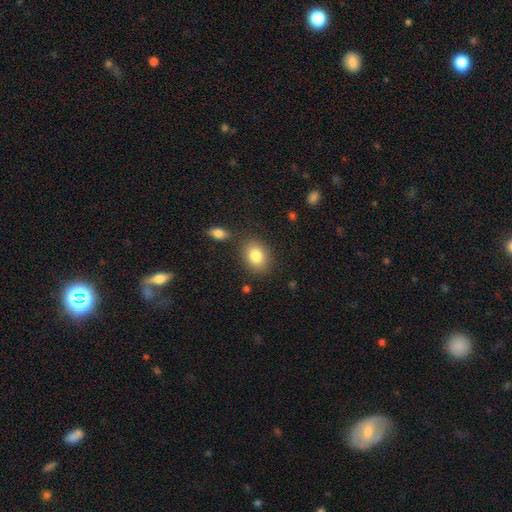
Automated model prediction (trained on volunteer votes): Smooth or featured: smooth — 82% (featured or disk — 9%)
How rounded: in between — 67% (round — 32%)
Merging: none — 81% (minor disturbance — 11%)